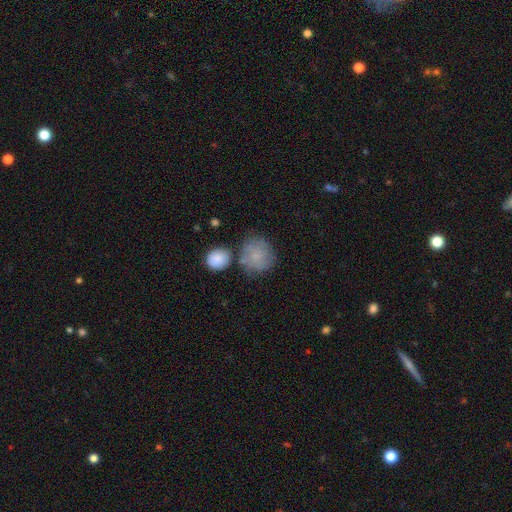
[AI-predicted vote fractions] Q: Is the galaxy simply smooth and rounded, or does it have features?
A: smooth — 78%.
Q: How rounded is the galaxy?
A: round — 82%.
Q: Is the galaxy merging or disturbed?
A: none — 57%.